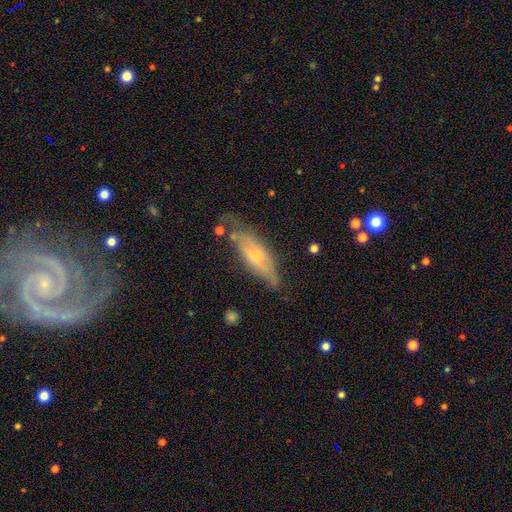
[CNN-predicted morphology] Overall: featured or disk (54%; smooth 38%). Edge-on disk: yes (51%; no 49%). Merging: none (60%; minor disturbance 27%).